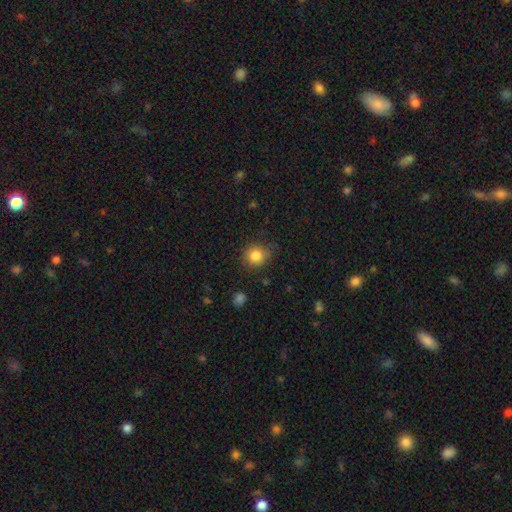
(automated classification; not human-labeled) smooth-or-featured: smooth: 84% | star or artifact: 11% | featured or disk: 5%
  how-rounded: round: 86% | in between: 13% | cigar-shaped: 1%
  merging: none: 77% | minor disturbance: 17% | major disturbance: 4% | merger: 2%